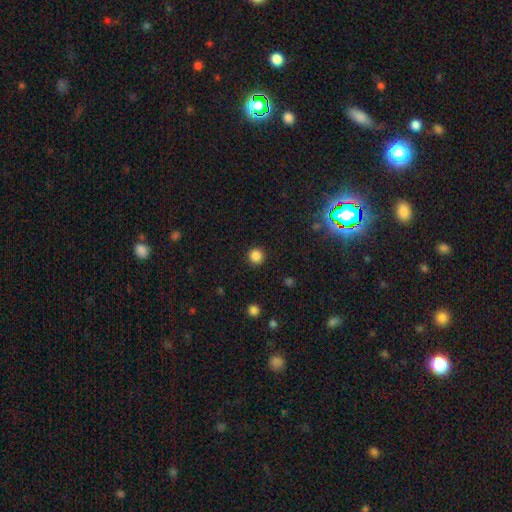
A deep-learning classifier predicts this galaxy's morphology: Smooth or featured: smooth — 85% (star or artifact — 12%)
How rounded: round — 95% (in between — 4%)
Merging: none — 92% (minor disturbance — 5%)